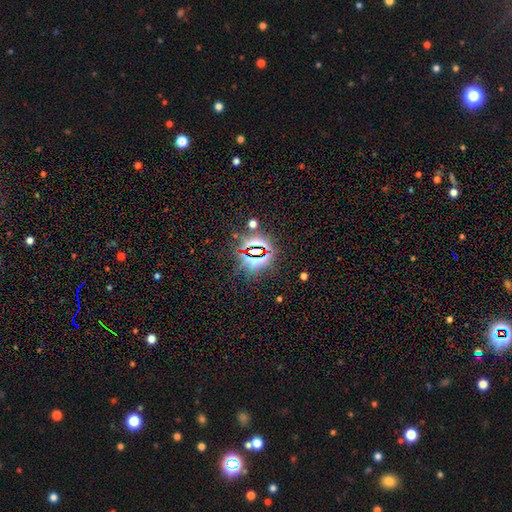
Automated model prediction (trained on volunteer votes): This appears to be a star or artifact, not a galaxy (77%).